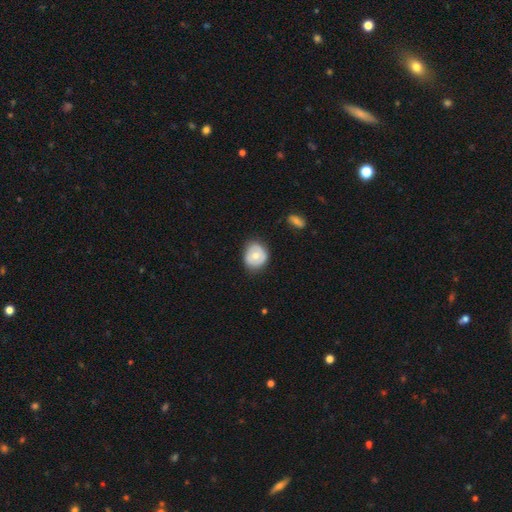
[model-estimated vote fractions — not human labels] A smooth galaxy with no disk features (60%) that is round (70%).

Vote fractions:
- Smooth or featured? smooth: 60% / featured or disk: 34% / star or artifact: 7%
- How rounded? round: 70% / in between: 30% / cigar-shaped: 1%
- Merging? none: 70% / minor disturbance: 24% / major disturbance: 5% / merger: 1%